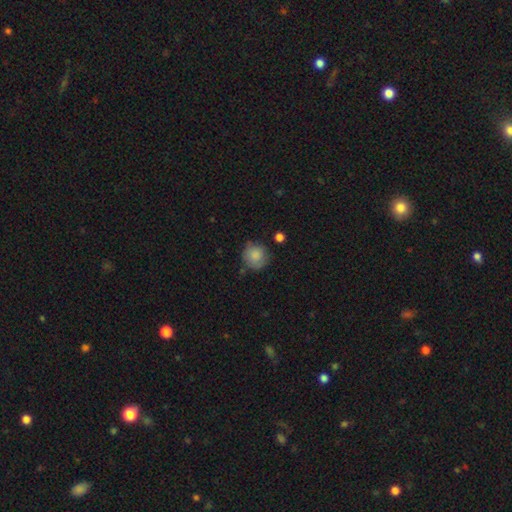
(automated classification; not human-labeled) This is clearly a smooth galaxy (82%). How rounded: clearly round (90%). Merging: likely none (69%).